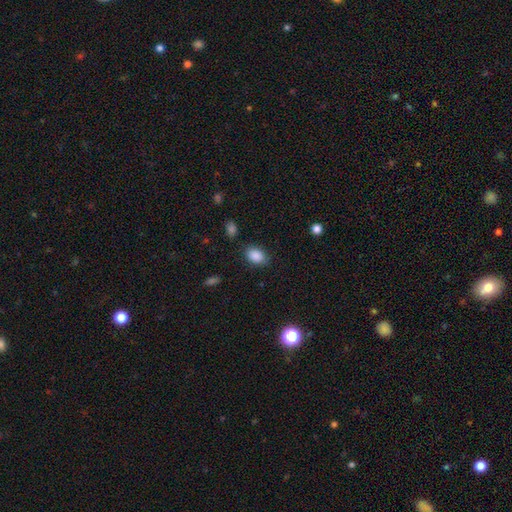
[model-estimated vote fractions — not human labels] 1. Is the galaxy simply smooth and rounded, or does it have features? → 88% smooth, 8% star or artifact, 4% featured or disk.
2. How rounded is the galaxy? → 79% in between, 20% round, 1% cigar-shaped.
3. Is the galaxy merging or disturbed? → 82% none, 13% minor disturbance, 4% major disturbance, 2% merger.